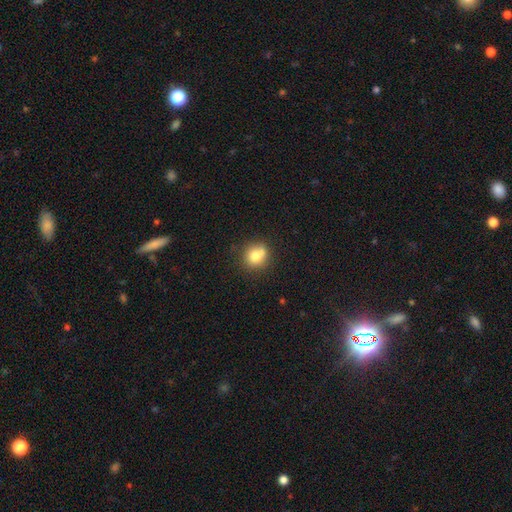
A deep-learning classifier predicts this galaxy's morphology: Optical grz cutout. It shows a smooth galaxy with no disk features (75%) that is round (83%). Merging: none (58%).